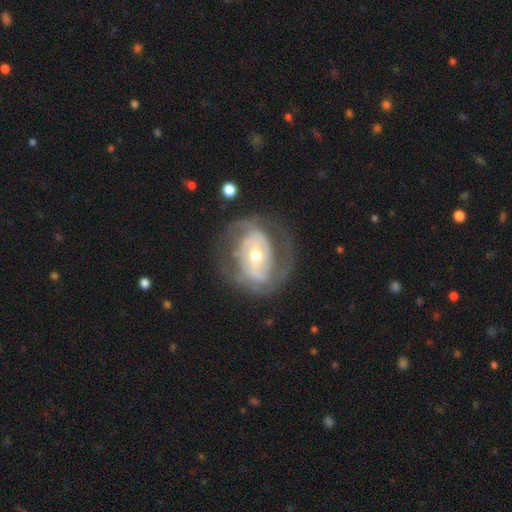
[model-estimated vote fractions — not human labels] This is clearly a featured or disk galaxy (80%). It is clearly not viewed edge-on (96%). Bar: marginally no (41%). Spiral arm pattern: likely yes (79%). Spiral arm count: possibly 2 (56%). Spiral winding: possibly tight (47%). Central bulge: likely moderate (61%). Merging: likely none (62%).